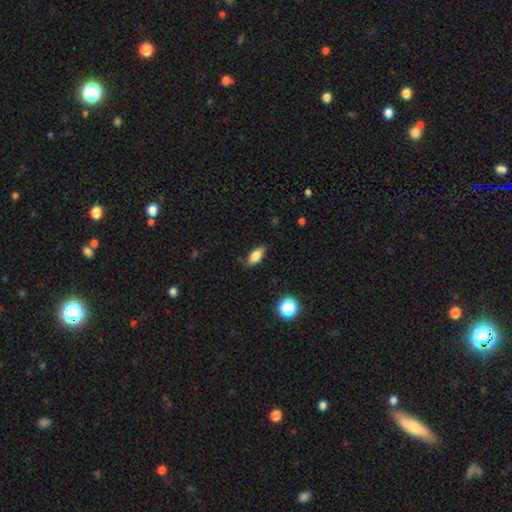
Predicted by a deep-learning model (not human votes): Overall: smooth (81%). How rounded: in between (85%). Merging: none (81%).